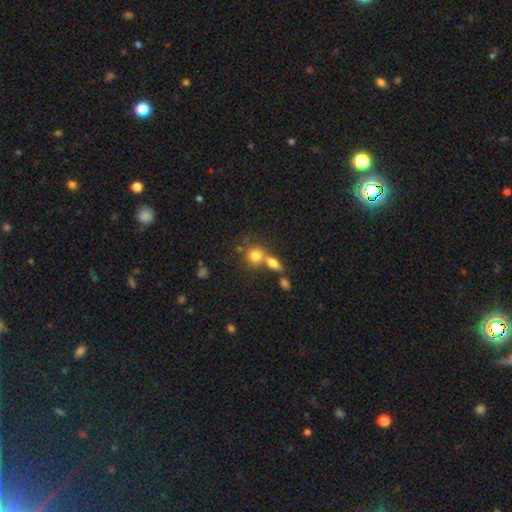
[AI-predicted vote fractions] A smooth galaxy with no disk features (77%) that is round (78%). Merging: merger (45%).